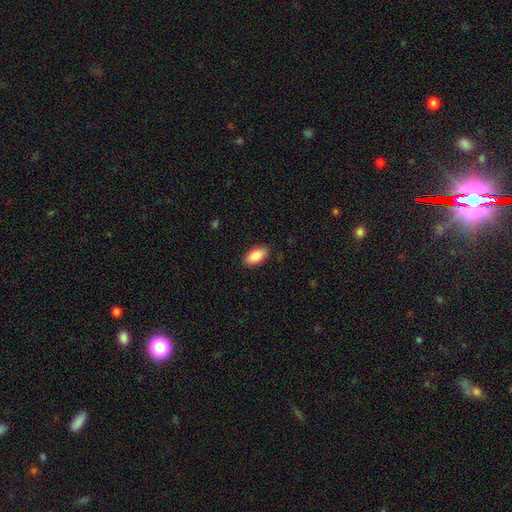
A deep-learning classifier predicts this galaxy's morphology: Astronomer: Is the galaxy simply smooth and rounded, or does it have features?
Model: smooth — 88%.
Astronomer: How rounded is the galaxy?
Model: in between — 93%.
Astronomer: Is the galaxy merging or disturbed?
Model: none — 87%.